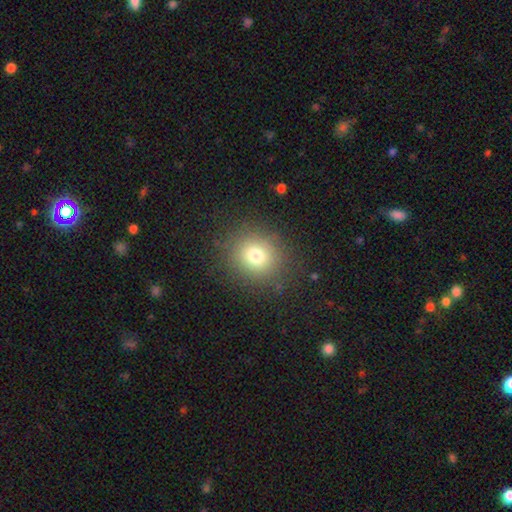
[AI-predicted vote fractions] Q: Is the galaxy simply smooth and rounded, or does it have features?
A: smooth — 75%.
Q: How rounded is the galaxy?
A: round — 85%.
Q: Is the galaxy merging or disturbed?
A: none — 86%.